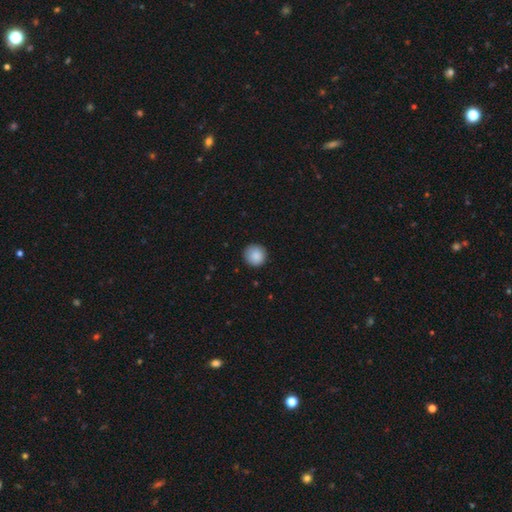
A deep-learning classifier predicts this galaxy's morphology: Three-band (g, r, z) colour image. It shows a smooth galaxy with no disk features (89%) that is round (95%). Merging: none (90%).